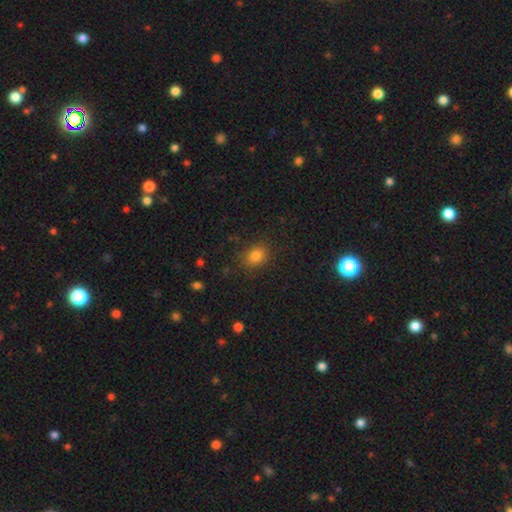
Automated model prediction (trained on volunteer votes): Smooth or featured? Predicted: smooth (p=0.81). How rounded? Predicted: in between (p=0.59). Merging? Predicted: none (p=0.83).